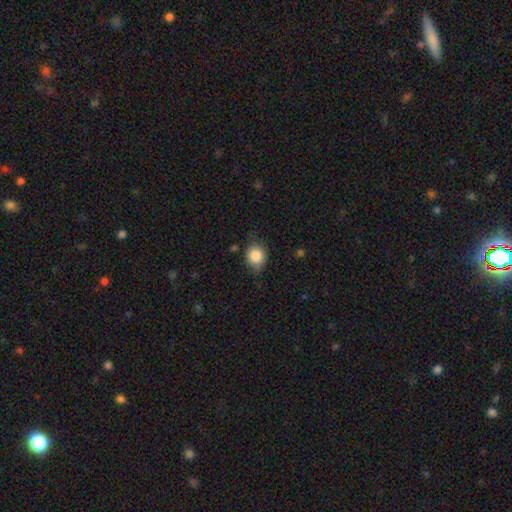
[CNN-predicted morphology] This appears to be a smooth galaxy with no disk features (84%) that is round (65%). Merging: none (69%).